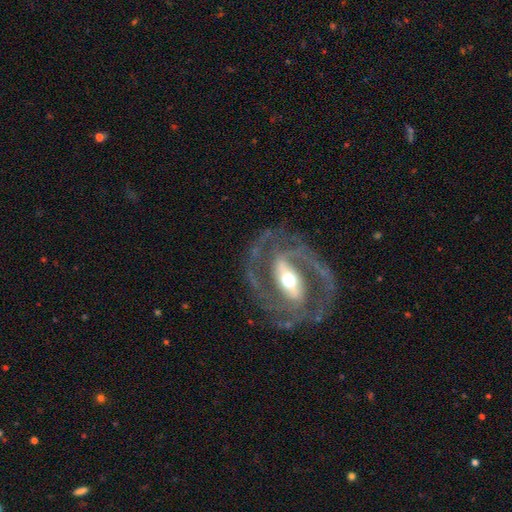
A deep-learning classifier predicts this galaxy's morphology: This appears to be a featured or disk galaxy (90%) with a strong bar (61%), 2 (87%) medium (46%) spiral arms (93%) and a moderate central bulge (61%). Merging: none (79%).